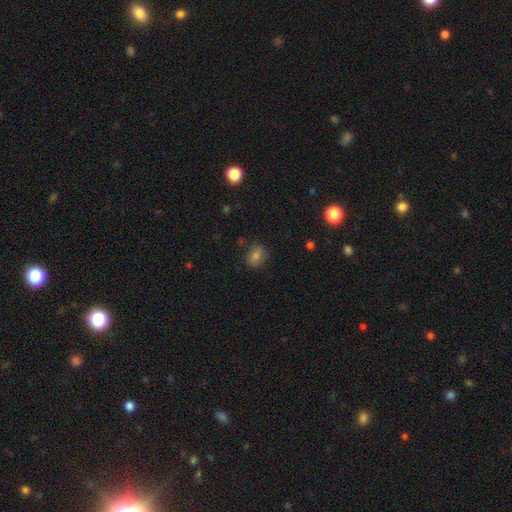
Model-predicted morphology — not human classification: Smooth or featured? smooth (72%)
How rounded? round (56%)
Merging? none (82%)